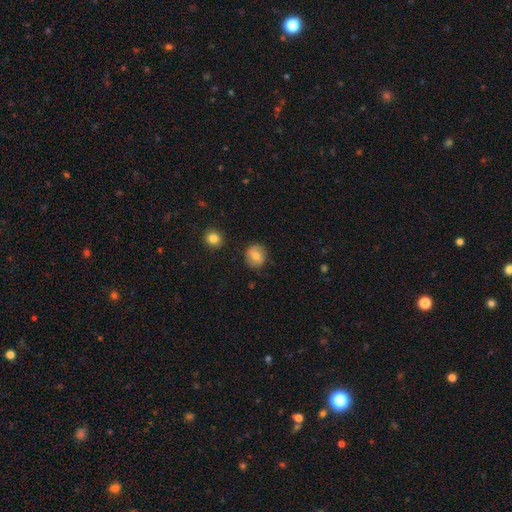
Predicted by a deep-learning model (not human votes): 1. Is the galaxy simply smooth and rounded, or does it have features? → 76% smooth, 15% featured or disk, 9% star or artifact.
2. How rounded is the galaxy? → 81% round, 18% in between, 1% cigar-shaped.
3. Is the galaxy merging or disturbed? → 82% none, 13% minor disturbance, 3% major disturbance, 2% merger.